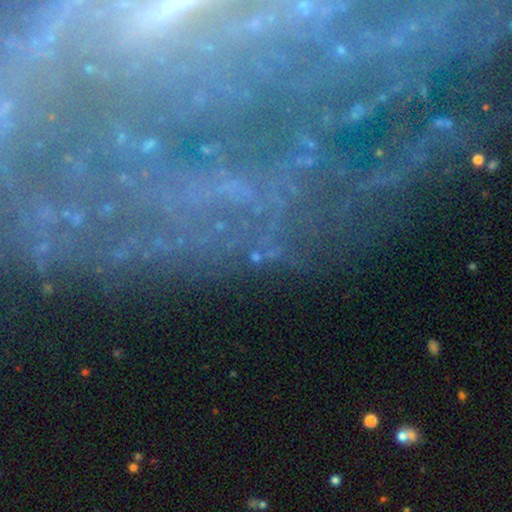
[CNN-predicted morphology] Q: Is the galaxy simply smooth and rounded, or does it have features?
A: star or artifact — 45%.